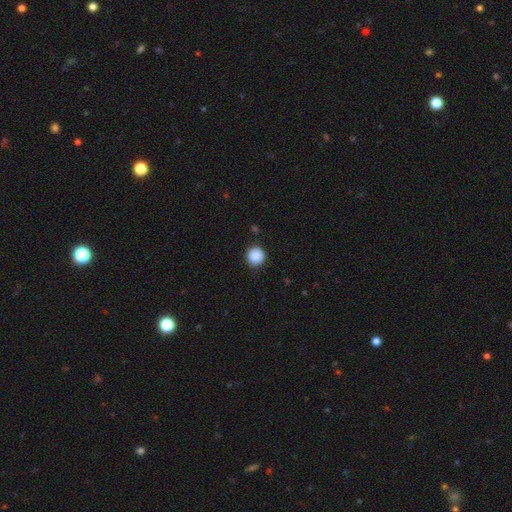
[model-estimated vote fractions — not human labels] The model was most divided on "smooth or featured": smooth: 89%, star or artifact: 9%, featured or disk: 2%. More confident: how rounded — round (94%); merging — none (91%).